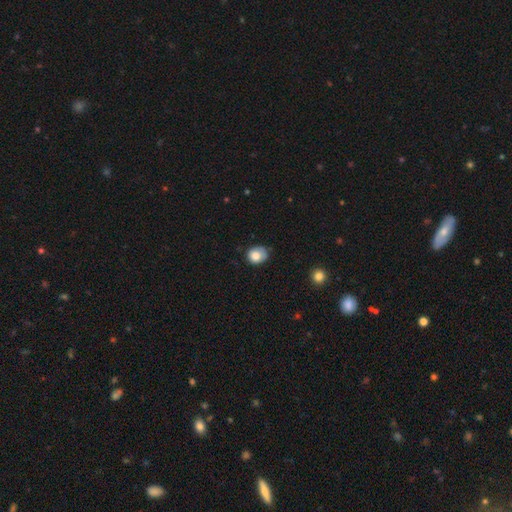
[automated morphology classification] smooth_or_featured: smooth (p=0.79) [alt: featured or disk p=0.13]
how_rounded: round (p=0.67) [alt: in between p=0.32]
merging: none (p=0.58) [alt: minor disturbance p=0.32]